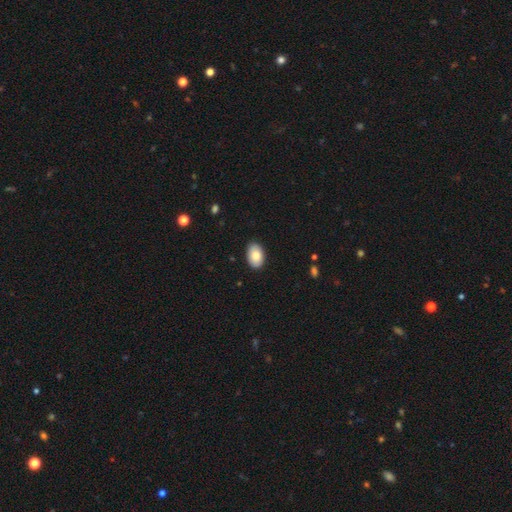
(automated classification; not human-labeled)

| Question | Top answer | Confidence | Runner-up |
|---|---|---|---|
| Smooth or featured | smooth | 83% | featured or disk (10%) |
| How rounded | in between | 90% | round (9%) |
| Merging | none | 88% | minor disturbance (9%) |